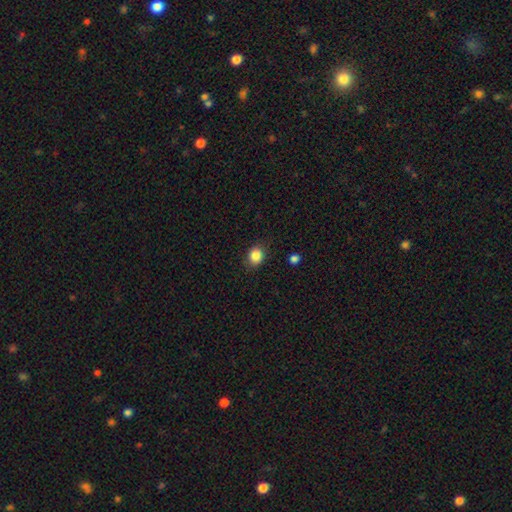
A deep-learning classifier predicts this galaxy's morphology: Smooth or featured?
  - smooth: 86% *
  - star or artifact: 10%
  - featured or disk: 4%
How rounded?
  - round: 67% *
  - in between: 32%
  - cigar-shaped: 1%
Merging?
  - none: 85% *
  - minor disturbance: 11%
  - major disturbance: 3%
  - merger: 2%